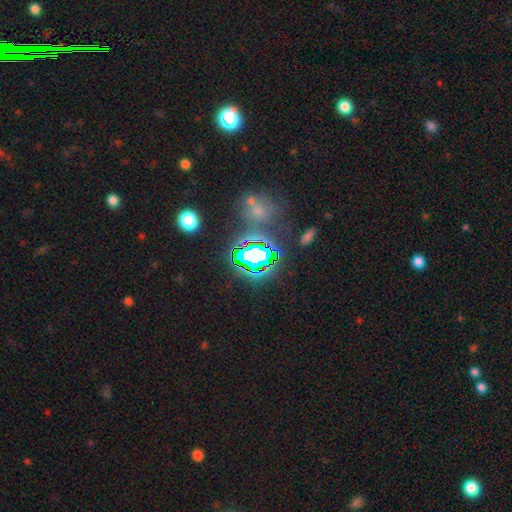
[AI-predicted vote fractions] smooth-or-featured: star or artifact: 67% | smooth: 20% | featured or disk: 13%